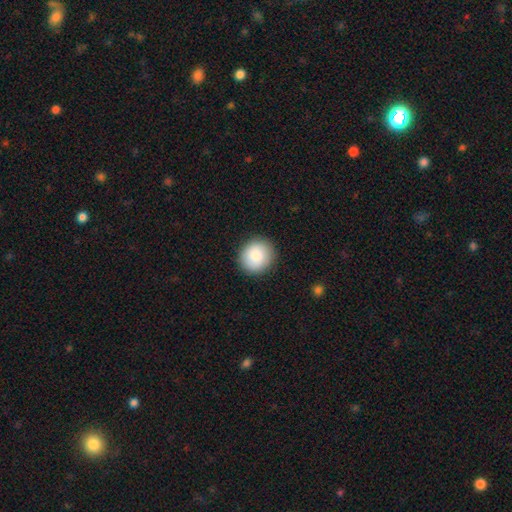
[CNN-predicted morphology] A smooth galaxy with no disk features (85%) that is round (87%). Merging: none (90%).